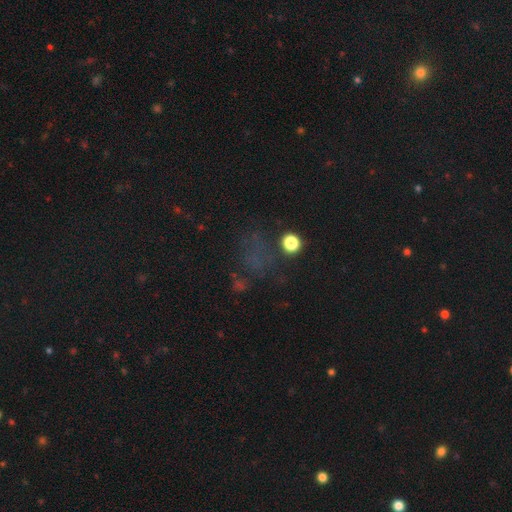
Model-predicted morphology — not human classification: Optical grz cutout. It shows a star or artifact, not a galaxy (47%).